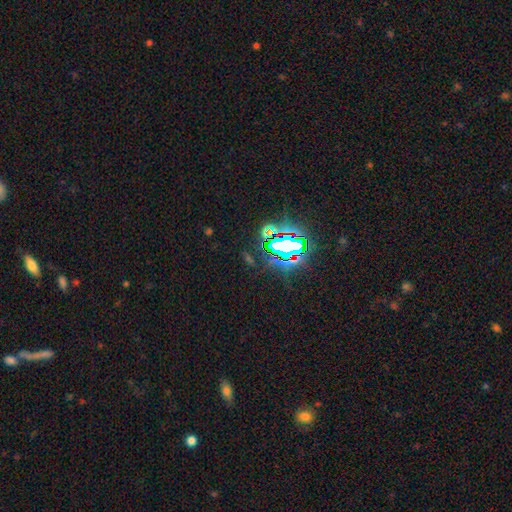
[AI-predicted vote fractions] Morphology: type=star or artifact (83%).